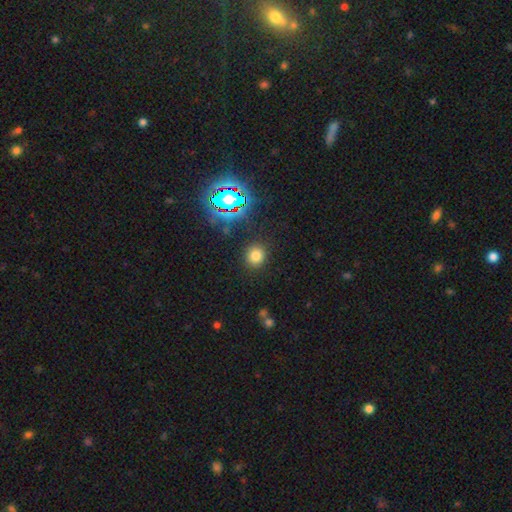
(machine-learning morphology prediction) Q: Smooth or featured?
A: smooth (74%); runner-up: star or artifact (20%)
Q: How rounded?
A: round (85%); runner-up: in between (14%)
Q: Merging?
A: none (88%); runner-up: minor disturbance (7%)